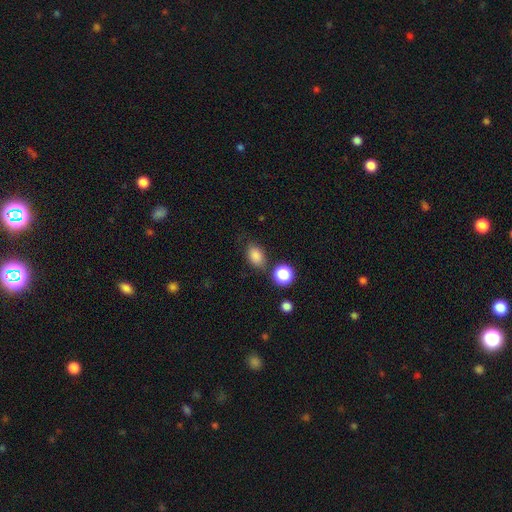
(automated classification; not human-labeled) Smooth or featured? Predicted: smooth (p=0.84). How rounded? Predicted: in between (p=0.77). Merging? Predicted: none (p=0.73).